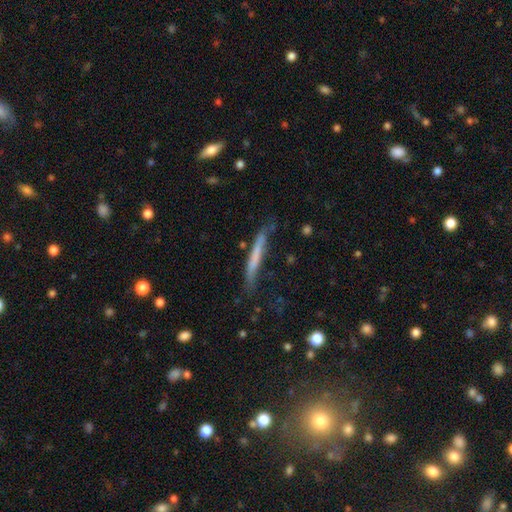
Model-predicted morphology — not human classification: Smooth or featured?
  - smooth: 56% *
  - featured or disk: 37%
  - star or artifact: 7%
How rounded?
  - cigar-shaped: 96% *
  - in between: 3%
  - round: 1%
Merging?
  - none: 69% *
  - minor disturbance: 22%
  - major disturbance: 6%
  - merger: 3%